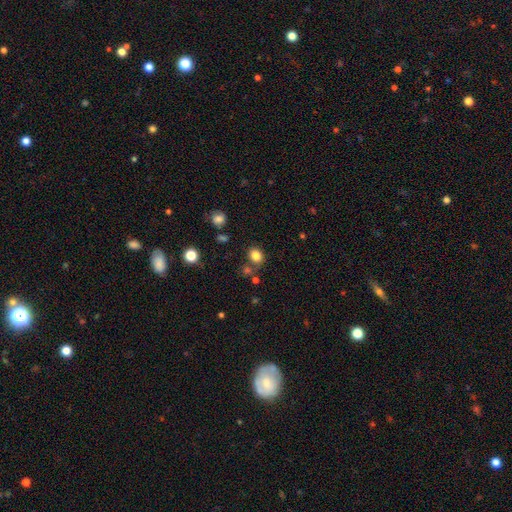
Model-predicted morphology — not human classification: A smooth galaxy with no disk features (82%) that is round (56%).

Vote fractions:
- Smooth or featured? smooth: 82% / star or artifact: 12% / featured or disk: 5%
- How rounded? round: 56% / in between: 43% / cigar-shaped: 1%
- Merging? none: 73% / minor disturbance: 13% / merger: 10% / major disturbance: 4%